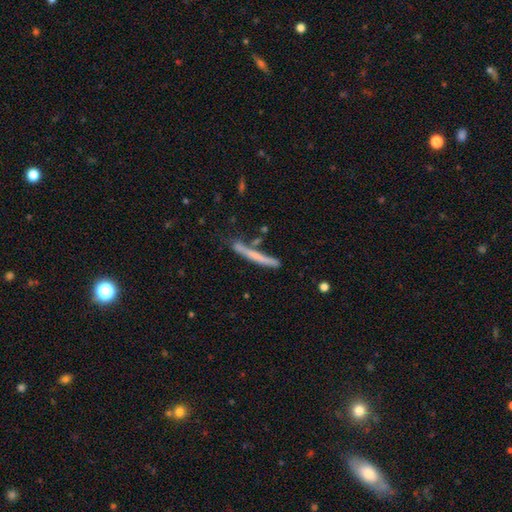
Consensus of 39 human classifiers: Smooth or featured? smooth (49%)
How rounded? cigar-shaped (100%)
Merging? none (46%)